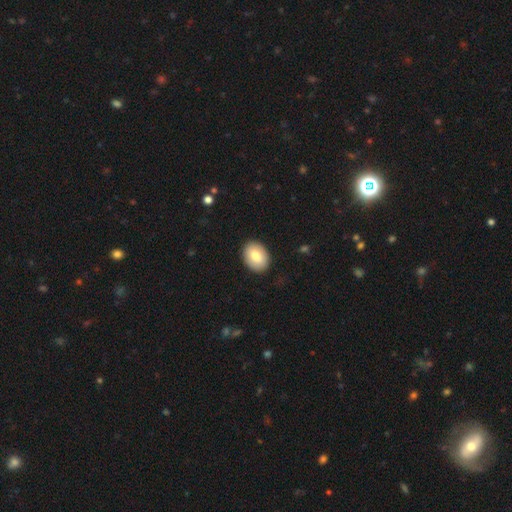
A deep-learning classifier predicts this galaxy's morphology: Q: Smooth or featured?
A: smooth (79%); runner-up: featured or disk (14%)
Q: How rounded?
A: in between (74%); runner-up: round (25%)
Q: Merging?
A: none (89%); runner-up: minor disturbance (8%)